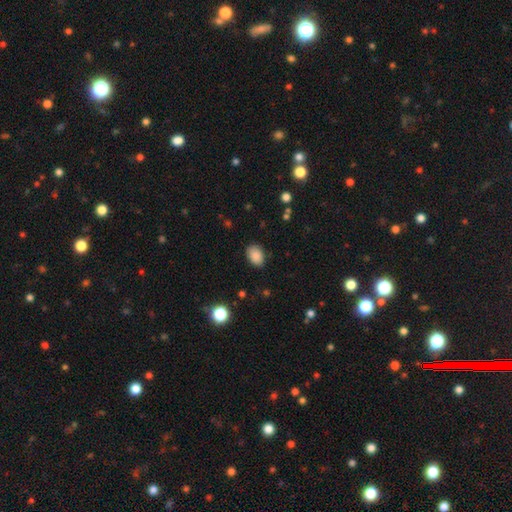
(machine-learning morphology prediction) Smooth or featured: smooth — 88% (star or artifact — 9%)
How rounded: in between — 83% (round — 16%)
Merging: none — 84% (minor disturbance — 12%)